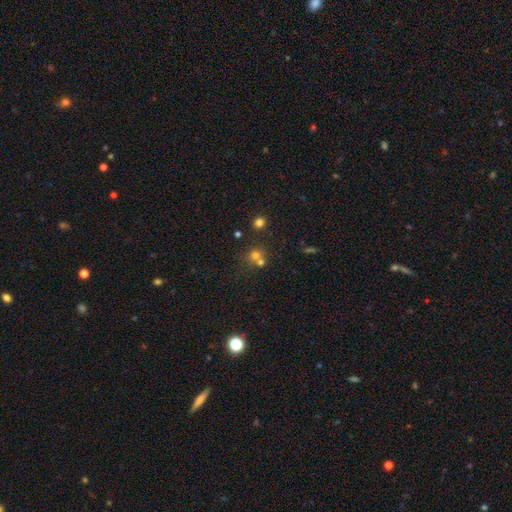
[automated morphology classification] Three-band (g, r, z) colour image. It shows a smooth galaxy with no disk features (66%) that is round (86%). Merging: none (51%).